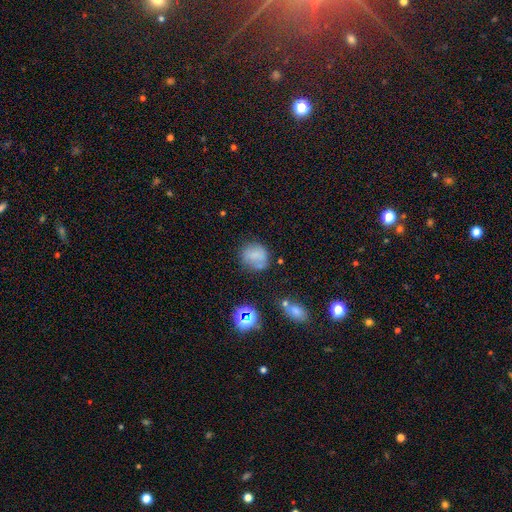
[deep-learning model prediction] Smooth or featured: smooth — 70% (featured or disk — 16%)
How rounded: round — 72% (in between — 27%)
Merging: none — 58% (minor disturbance — 24%)